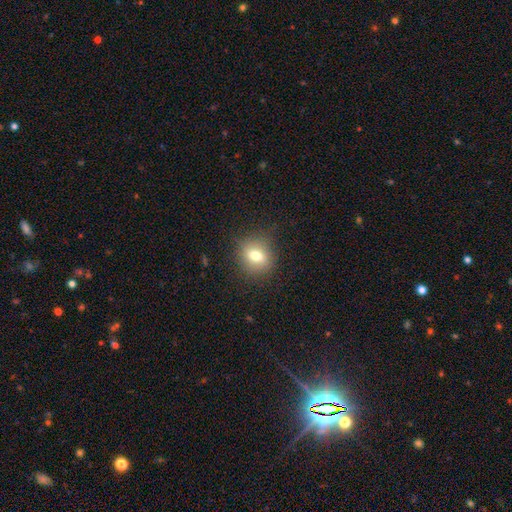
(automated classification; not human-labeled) This appears to be a smooth galaxy with no disk features (68%) that is round (70%). Merging: none (86%).